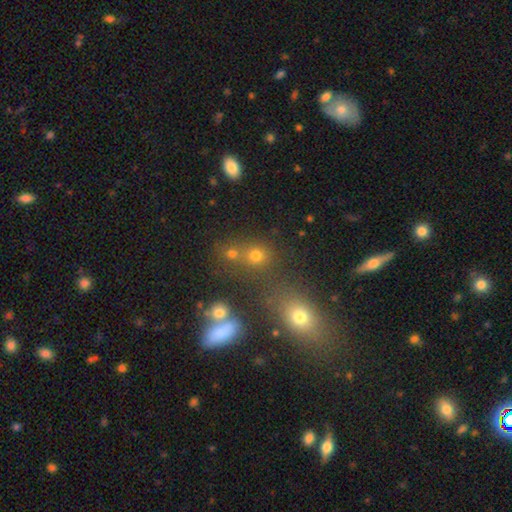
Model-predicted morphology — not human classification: smooth_or_featured: smooth (p=0.70) [alt: star or artifact p=0.21]
how_rounded: round (p=0.75) [alt: in between p=0.23]
merging: none (p=0.58) [alt: merger p=0.26]